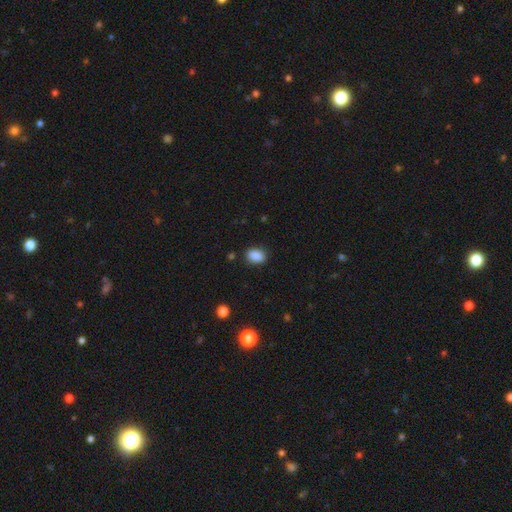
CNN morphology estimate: A smooth galaxy with no disk features (88%) that is in between round and cigar-shaped (80%). Merging: none (85%).